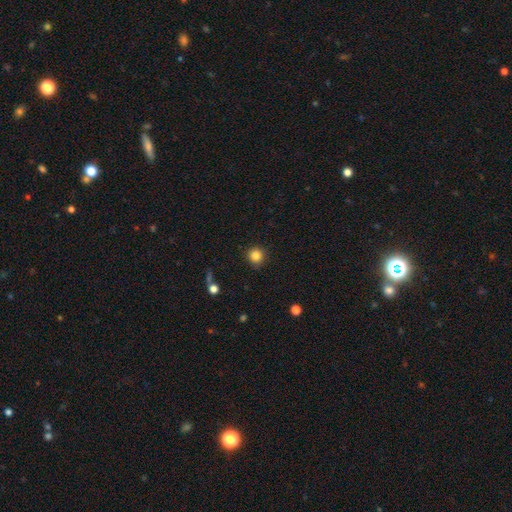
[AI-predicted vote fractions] smooth_or_featured: smooth (p=0.85) [alt: star or artifact p=0.11]
how_rounded: round (p=0.94) [alt: in between p=0.05]
merging: none (p=0.90) [alt: minor disturbance p=0.07]